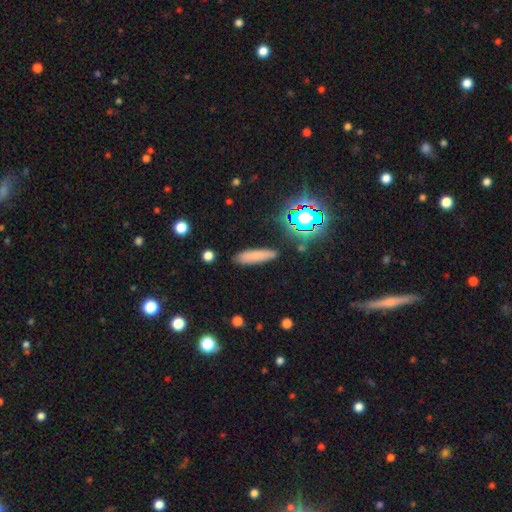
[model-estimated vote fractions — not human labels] This appears to be a smooth galaxy with no disk features (74%) that is cigar-shaped (77%). Merging: none (85%).